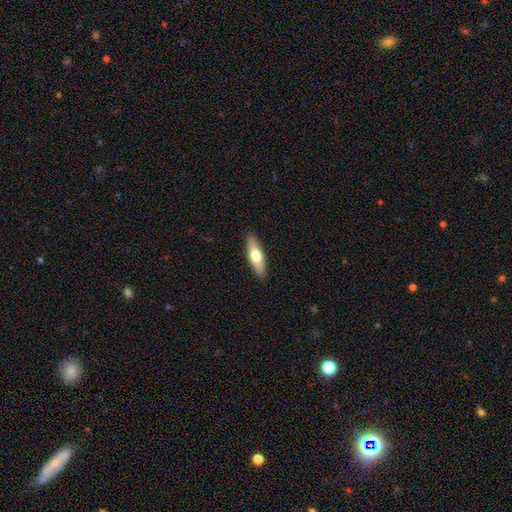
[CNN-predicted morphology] Smooth or featured? Predicted: smooth (p=0.62). How rounded? Predicted: cigar-shaped (p=0.57). Merging? Predicted: none (p=0.90).